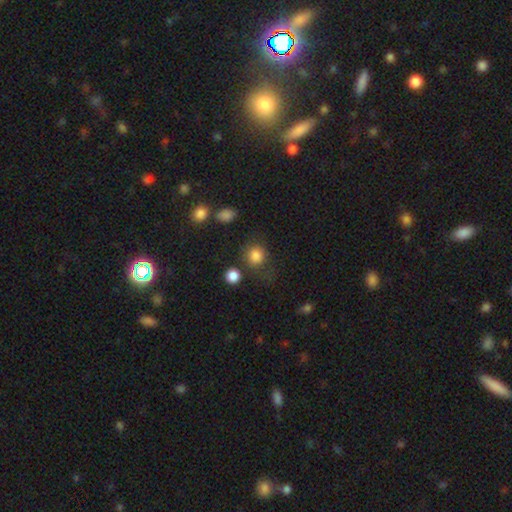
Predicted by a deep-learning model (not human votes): A smooth galaxy with no disk features (83%) that is round (83%).

Vote fractions:
- Smooth or featured? smooth: 83% / star or artifact: 11% / featured or disk: 5%
- How rounded? round: 83% / in between: 16% / cigar-shaped: 1%
- Merging? none: 70% / minor disturbance: 15% / major disturbance: 8% / merger: 7%